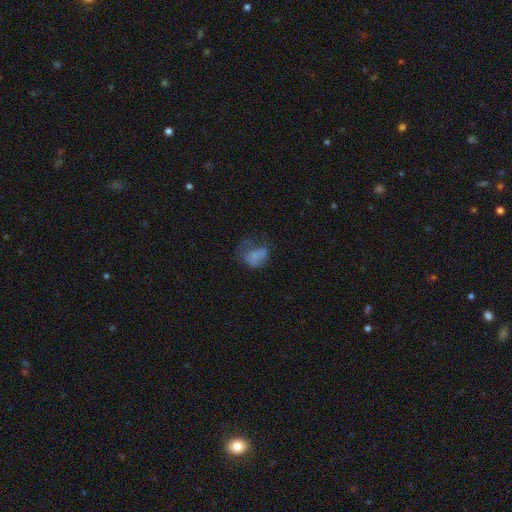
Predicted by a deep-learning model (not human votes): Q: Smooth or featured?
A: smooth (62%); runner-up: featured or disk (24%)
Q: How rounded?
A: in between (67%); runner-up: round (32%)
Q: Merging?
A: major disturbance (43%); runner-up: none (28%)